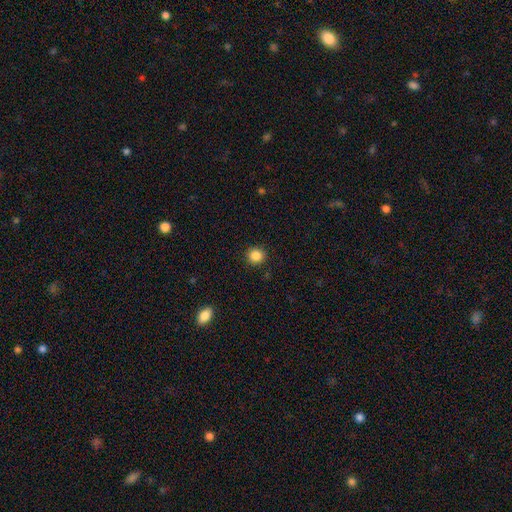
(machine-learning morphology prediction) smooth-or-featured: smooth: 86% | star or artifact: 10% | featured or disk: 3%
  how-rounded: round: 88% | in between: 11% | cigar-shaped: 1%
  merging: none: 91% | minor disturbance: 6% | major disturbance: 2% | merger: 1%